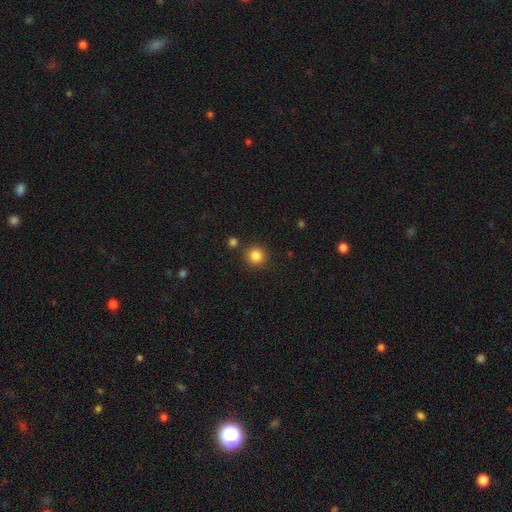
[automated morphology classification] smooth-or-featured: smooth: 85% | star or artifact: 11% | featured or disk: 4%
  how-rounded: round: 93% | in between: 6% | cigar-shaped: 1%
  merging: none: 87% | minor disturbance: 6% | merger: 4% | major disturbance: 2%